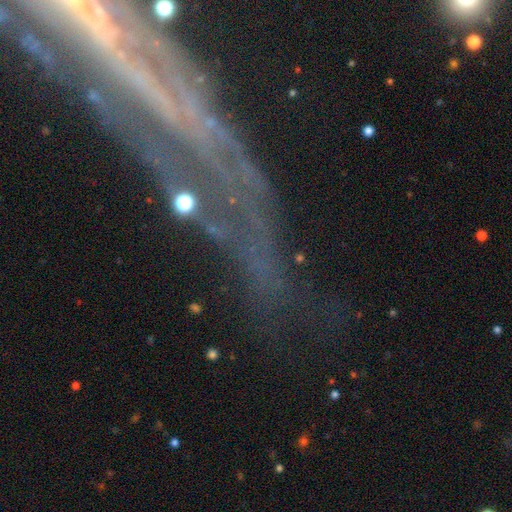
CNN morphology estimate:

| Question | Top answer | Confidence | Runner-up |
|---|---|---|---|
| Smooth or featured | featured or disk | 52% | star or artifact (31%) |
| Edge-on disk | no | 74% | yes (26%) |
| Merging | none | 55% | major disturbance (20%) |